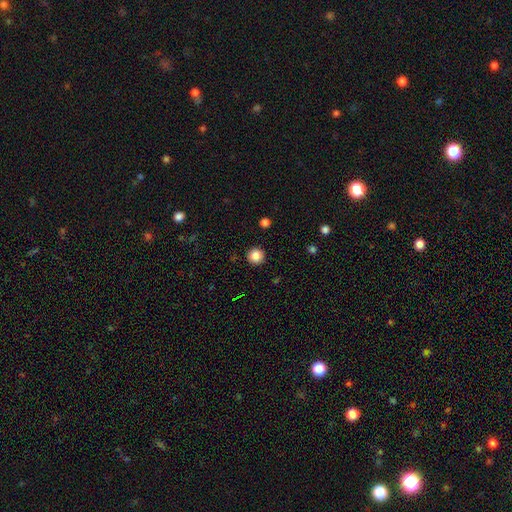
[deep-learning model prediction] smooth-or-featured: smooth: 85% | star or artifact: 11% | featured or disk: 4%
  how-rounded: round: 96% | in between: 3% | cigar-shaped: 1%
  merging: none: 93% | minor disturbance: 5% | major disturbance: 2% | merger: 1%